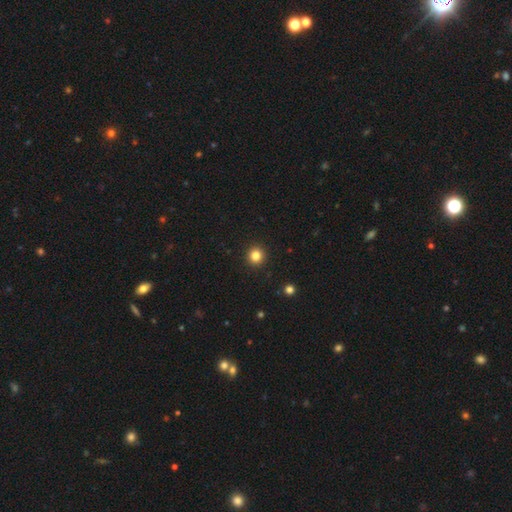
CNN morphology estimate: Smooth or featured: smooth — 83% (star or artifact — 12%)
How rounded: round — 95% (in between — 4%)
Merging: none — 93% (minor disturbance — 4%)